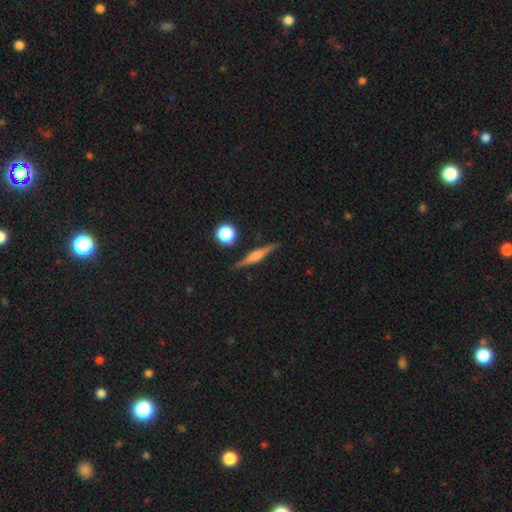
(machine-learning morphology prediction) Smooth or featured? featured or disk (68%)
Edge-on disk? yes (97%)
Edge-on bulge? rounded (69%)
Merging? none (87%)